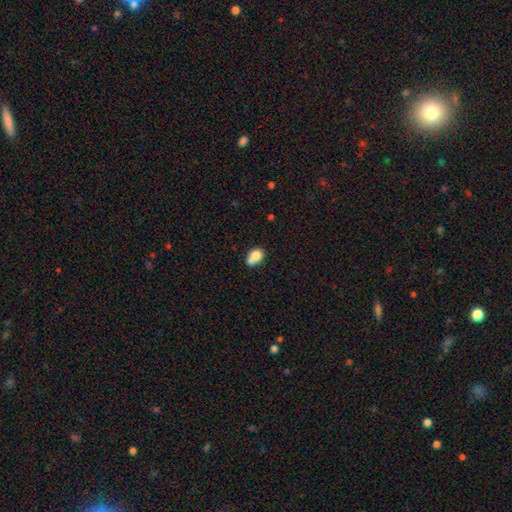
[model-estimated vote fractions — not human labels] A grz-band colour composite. It shows a smooth galaxy with no disk features (77%) that is round (64%). Merging: merger (49%).